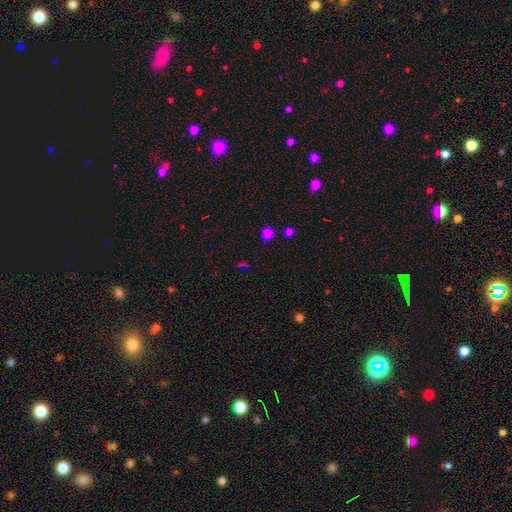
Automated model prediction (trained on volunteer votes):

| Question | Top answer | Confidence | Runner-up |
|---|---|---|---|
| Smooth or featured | smooth | 64% | star or artifact (30%) |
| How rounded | round | 84% | in between (14%) |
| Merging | none | 88% | minor disturbance (7%) |